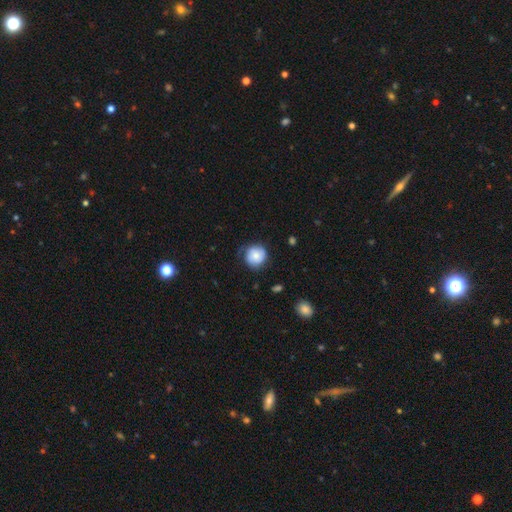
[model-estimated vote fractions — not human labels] Smooth or featured: smooth — 68% (featured or disk — 24%)
How rounded: round — 88% (in between — 11%)
Merging: none — 64% (minor disturbance — 26%)